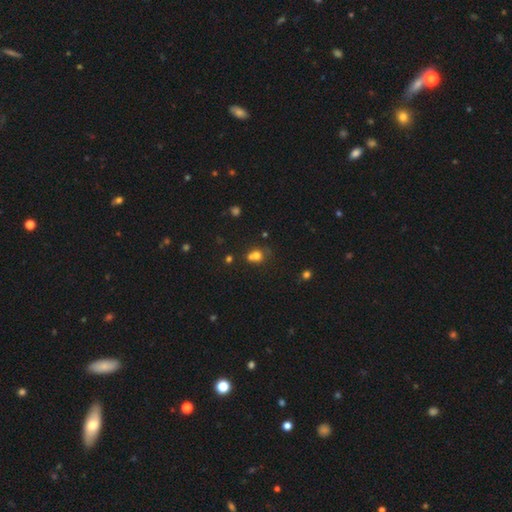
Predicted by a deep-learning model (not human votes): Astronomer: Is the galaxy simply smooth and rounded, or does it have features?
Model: smooth — 70%.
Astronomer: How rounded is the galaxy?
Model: round — 71%.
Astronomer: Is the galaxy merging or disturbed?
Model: merger — 48% (runner-up: none, 36%).